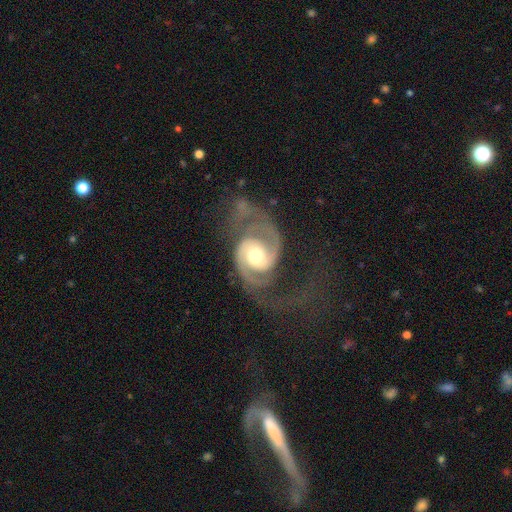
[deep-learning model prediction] smooth-or-featured: featured or disk: 92% | smooth: 4% | star or artifact: 4%
  disk-edge-on: no: 98% | yes: 2%
    bar: no: 55% | weak: 33% | strong: 12%
    has-spiral-arms: yes: 98% | no: 2%
      spiral-winding: medium: 50% | tight: 30% | loose: 20%
      spiral-arm-count: 2: 92% | 1: 2% | can't tell: 2% | 3: 2% | 4: 1% | more than 4: 1%
    bulge-size: moderate: 71% | large: 15% | small: 11% | dominant: 1% | none: 1%
  merging: none: 52% | major disturbance: 27% | minor disturbance: 18% | merger: 3%